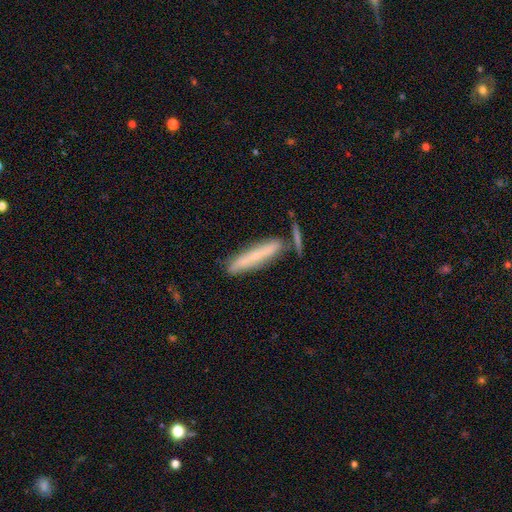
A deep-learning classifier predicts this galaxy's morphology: Smooth or featured: smooth — 49% (featured or disk — 44%)
Merging: none — 58% (minor disturbance — 18%)